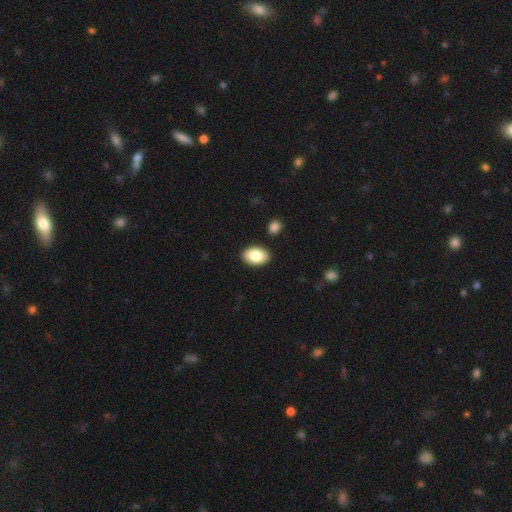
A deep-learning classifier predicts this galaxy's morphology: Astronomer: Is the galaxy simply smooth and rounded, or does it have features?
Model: smooth — 86%.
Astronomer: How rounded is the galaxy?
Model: in between — 88%.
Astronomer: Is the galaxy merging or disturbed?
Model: none — 88%.